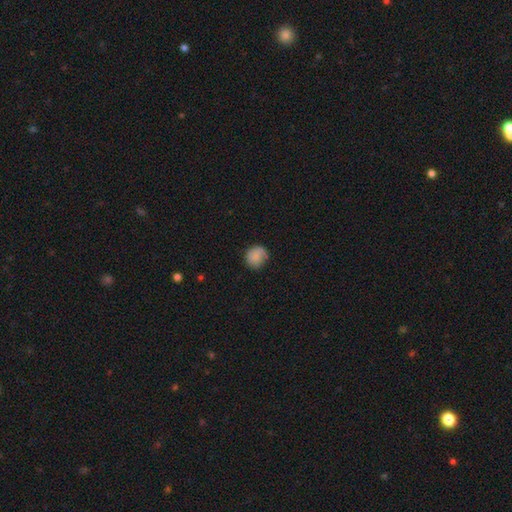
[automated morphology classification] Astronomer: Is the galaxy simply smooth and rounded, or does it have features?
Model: smooth — 79%.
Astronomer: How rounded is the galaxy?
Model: round — 80%.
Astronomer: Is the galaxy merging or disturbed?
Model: none — 69%.